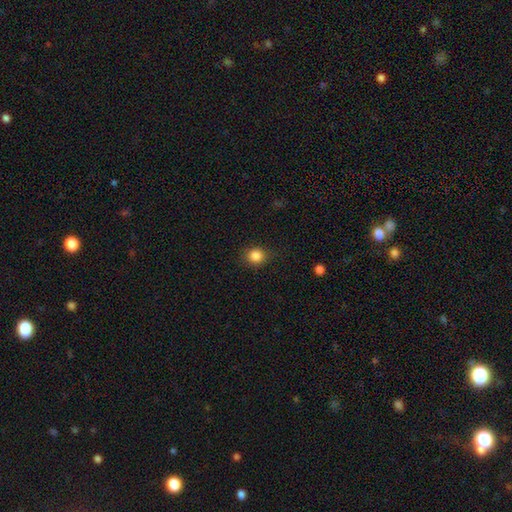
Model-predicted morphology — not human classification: type=smooth (85%); roundness=round (81%); merging=none (82%).